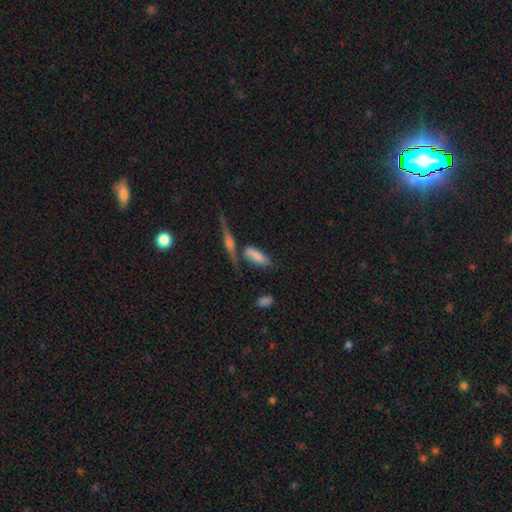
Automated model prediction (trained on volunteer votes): A smooth galaxy with no disk features (70%) that is in between round and cigar-shaped (64%). Merging: none (47%).